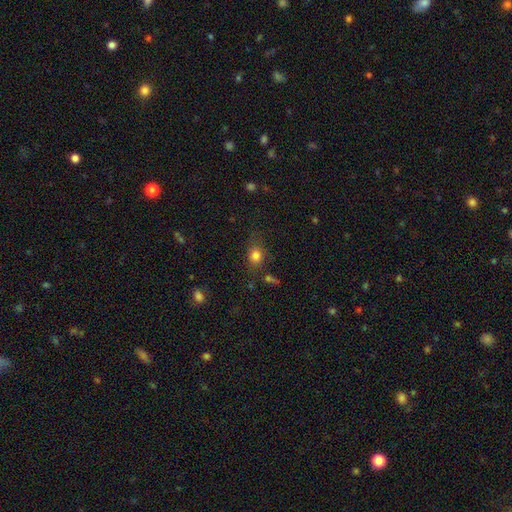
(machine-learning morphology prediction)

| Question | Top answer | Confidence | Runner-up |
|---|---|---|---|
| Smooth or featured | smooth | 80% | star or artifact (12%) |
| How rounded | round | 54% | in between (44%) |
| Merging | none | 70% | minor disturbance (18%) |